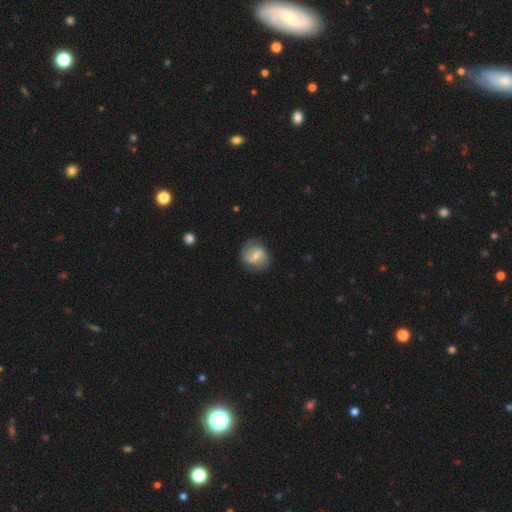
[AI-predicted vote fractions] smooth-or-featured: featured or disk: 68% | smooth: 26% | star or artifact: 6%
  disk-edge-on: no: 97% | yes: 3%
    bar: weak: 56% | strong: 23% | no: 21%
    has-spiral-arms: yes: 90% | no: 10%
      spiral-winding: medium: 45% | loose: 32% | tight: 24%
      spiral-arm-count: 2: 85% | can't tell: 8% | 1: 3% | 3: 2% | 4: 1% | more than 4: 1%
    bulge-size: small: 51% | moderate: 40% | none: 5% | large: 3% | dominant: 1%
  merging: none: 79% | minor disturbance: 15% | major disturbance: 5% | merger: 1%